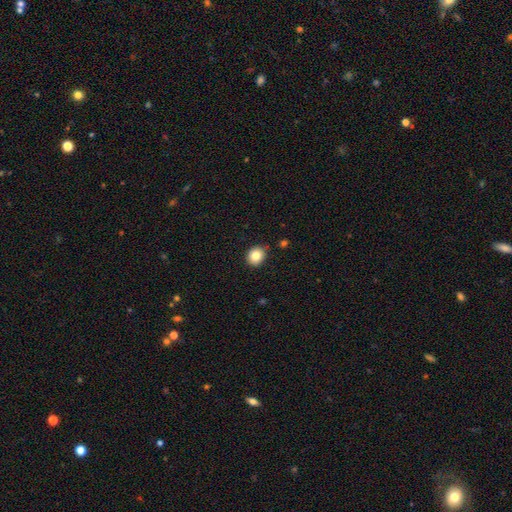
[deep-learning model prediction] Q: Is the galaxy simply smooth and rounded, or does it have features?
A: smooth — 83%.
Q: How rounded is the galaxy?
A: round — 73%.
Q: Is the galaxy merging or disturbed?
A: none — 87%.